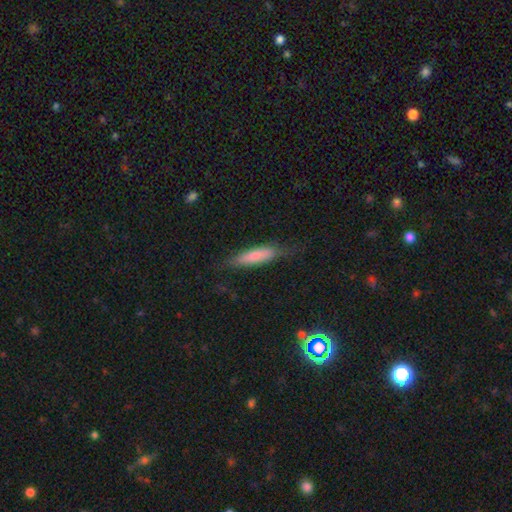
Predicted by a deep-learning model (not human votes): The model was most divided on "how rounded": cigar-shaped: 72%, in between: 26%, round: 2%. More confident: smooth or featured — smooth (75%); merging — none (73%).